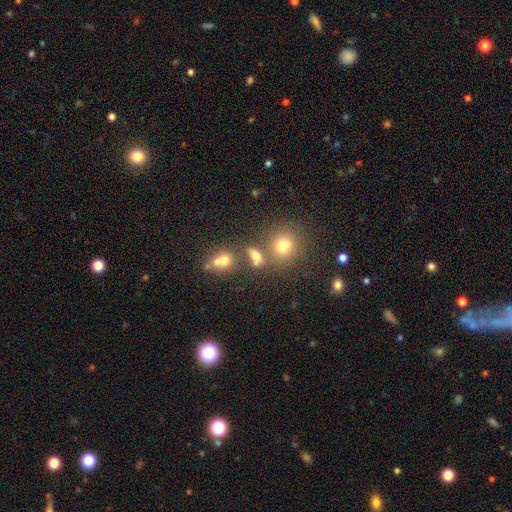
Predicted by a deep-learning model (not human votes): Smooth or featured? smooth (67%)
How rounded? in between (54%)
Merging? none (55%)